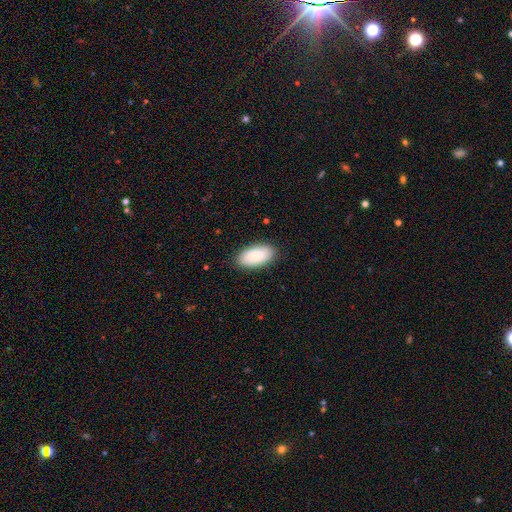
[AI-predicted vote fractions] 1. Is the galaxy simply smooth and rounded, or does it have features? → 89% smooth, 5% star or artifact, 5% featured or disk.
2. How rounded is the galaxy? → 94% in between, 4% cigar-shaped, 2% round.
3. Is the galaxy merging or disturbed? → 87% none, 10% minor disturbance, 2% major disturbance, 1% merger.